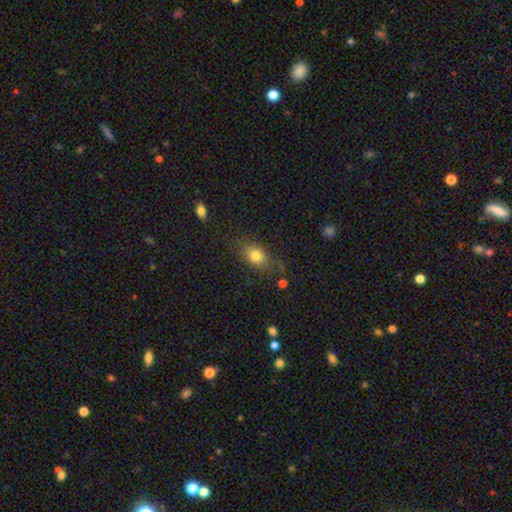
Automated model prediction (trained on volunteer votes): A smooth galaxy with no disk features (78%) that is in between round and cigar-shaped (73%).

Vote fractions:
- Smooth or featured? smooth: 78% / featured or disk: 12% / star or artifact: 10%
- How rounded? in between: 73% / round: 24% / cigar-shaped: 3%
- Merging? none: 73% / minor disturbance: 18% / major disturbance: 7% / merger: 3%